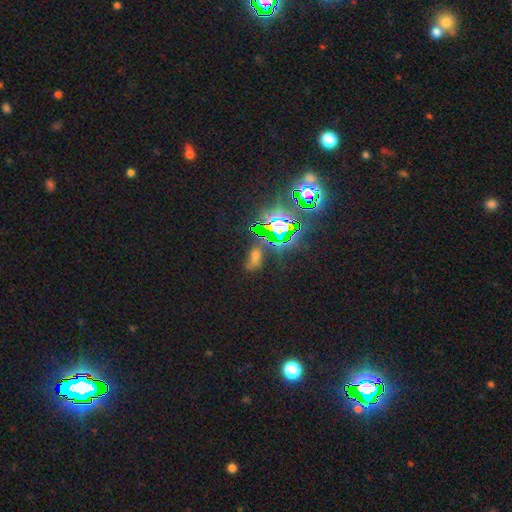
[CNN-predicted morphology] The model was most divided on "smooth or featured": star or artifact: 59%, smooth: 27%, featured or disk: 15%.